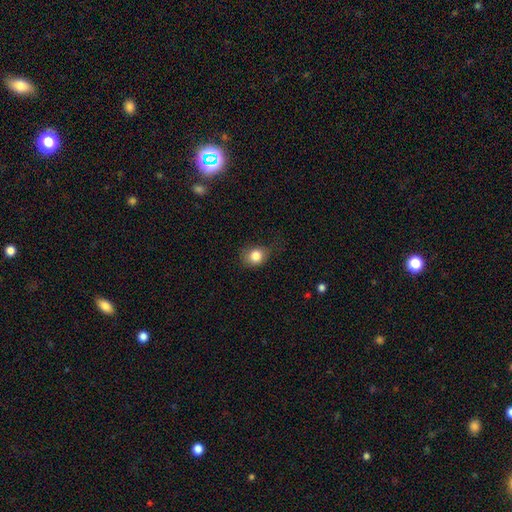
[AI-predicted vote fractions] This is clearly a smooth galaxy (82%). How rounded: likely round (61%). Merging: possibly none (57%).